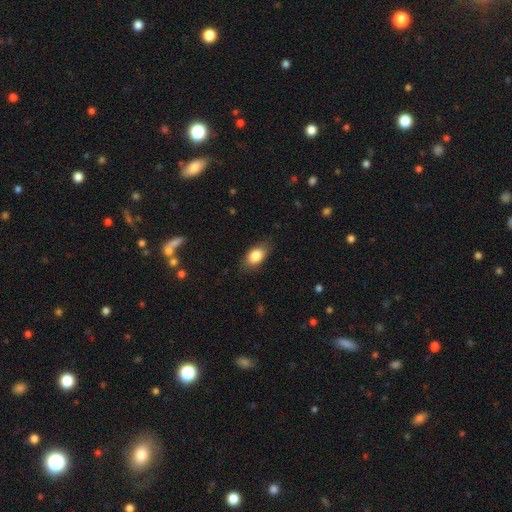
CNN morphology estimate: Q: Smooth or featured?
A: smooth (83%); runner-up: featured or disk (10%)
Q: How rounded?
A: in between (88%); runner-up: round (8%)
Q: Merging?
A: none (81%); runner-up: minor disturbance (14%)